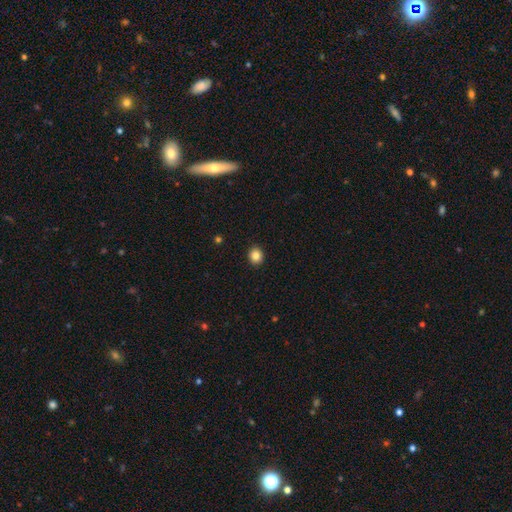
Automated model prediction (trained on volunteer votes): Overall: smooth (84%). How rounded: round (79%). Merging: none (92%).